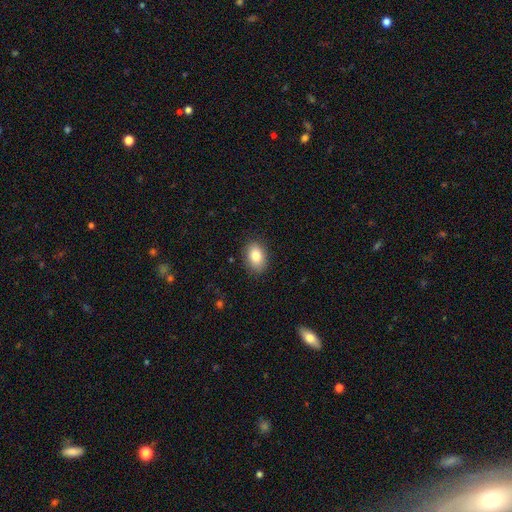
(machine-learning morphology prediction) smooth-or-featured: smooth: 84% | star or artifact: 8% | featured or disk: 8%
  how-rounded: in between: 83% | round: 16% | cigar-shaped: 1%
  merging: none: 87% | minor disturbance: 10% | major disturbance: 3% | merger: 1%